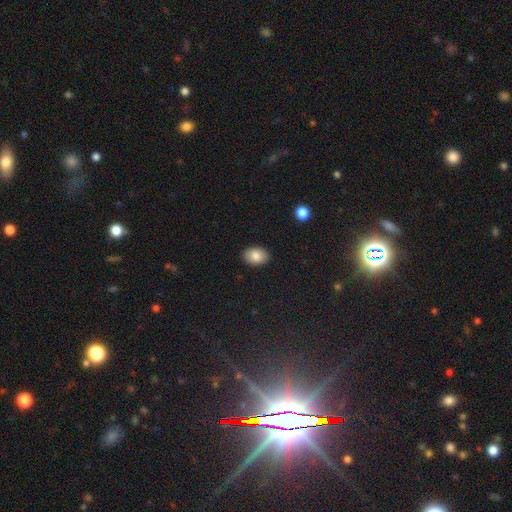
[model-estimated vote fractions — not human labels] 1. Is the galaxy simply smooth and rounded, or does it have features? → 85% smooth, 8% star or artifact, 7% featured or disk.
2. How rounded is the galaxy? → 81% in between, 18% round, 1% cigar-shaped.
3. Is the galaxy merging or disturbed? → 89% none, 8% minor disturbance, 2% major disturbance, 1% merger.